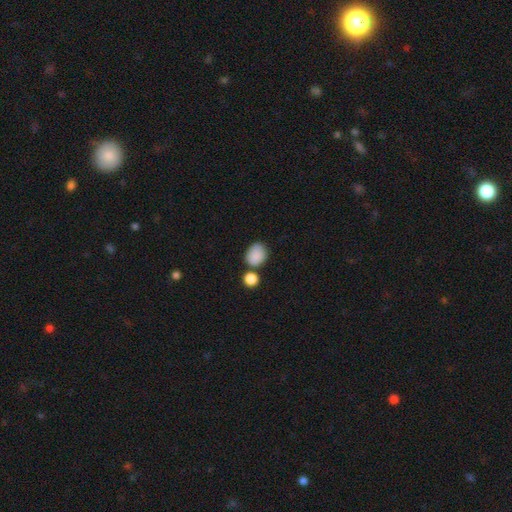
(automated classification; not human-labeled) The model was most divided on "how rounded": in between: 54%, round: 45%, cigar-shaped: 1%. More confident: smooth or featured — smooth (87%); merging — none (62%).